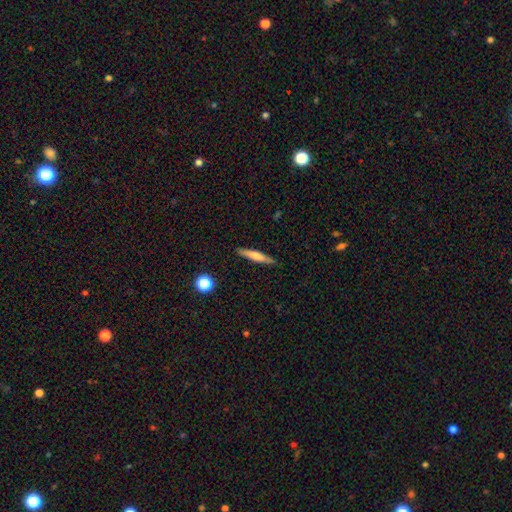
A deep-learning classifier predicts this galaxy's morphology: A smooth galaxy with no disk features (58%) that is cigar-shaped (92%). Merging: none (89%).